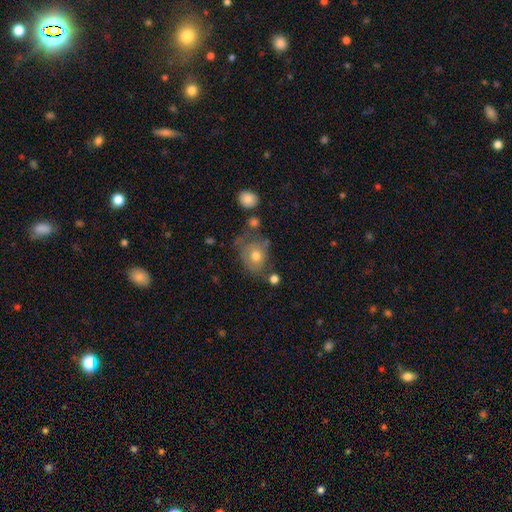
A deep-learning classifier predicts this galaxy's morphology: Overall: smooth (61%; featured or disk 29%). How rounded: round (59%; in between 40%). Merging: none (47%; minor disturbance 26%).